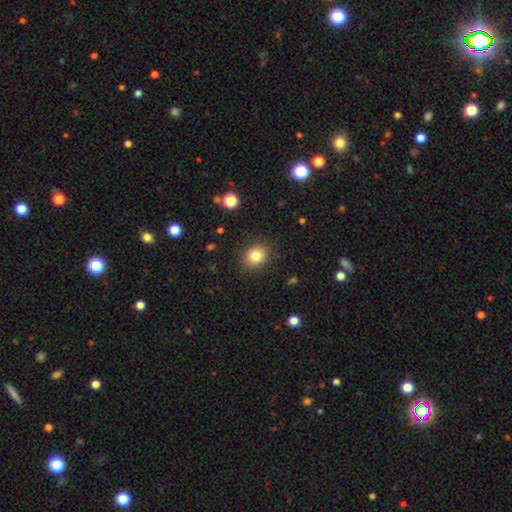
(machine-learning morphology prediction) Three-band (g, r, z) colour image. It shows a smooth galaxy with no disk features (83%) that is round (67%). Merging: none (88%).